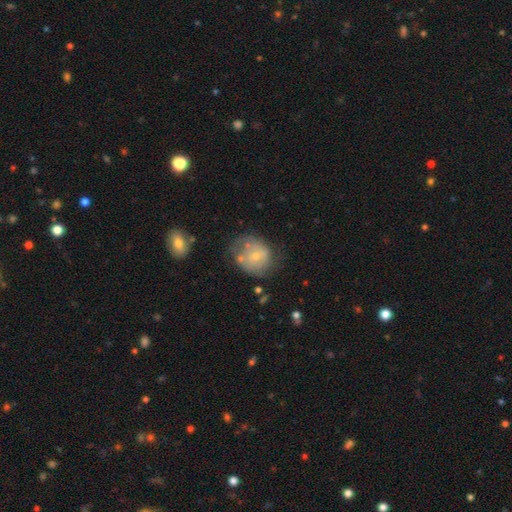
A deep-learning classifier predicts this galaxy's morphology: This appears to be a smooth galaxy with no disk features (47%). Merging: none (44%).